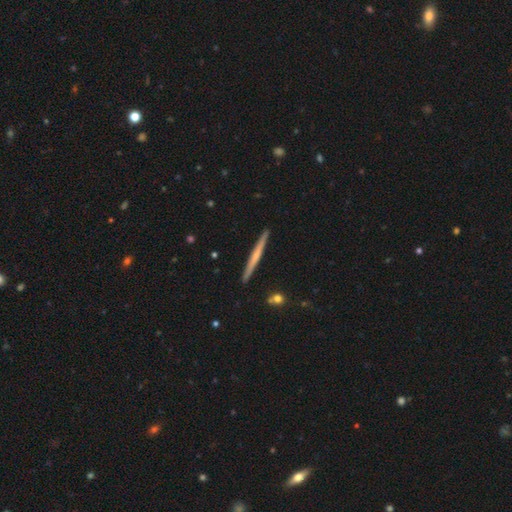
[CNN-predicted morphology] type=featured or disk (57%); edge-on=yes (98%); edge-on bulge=none (60%); merging=none (92%).